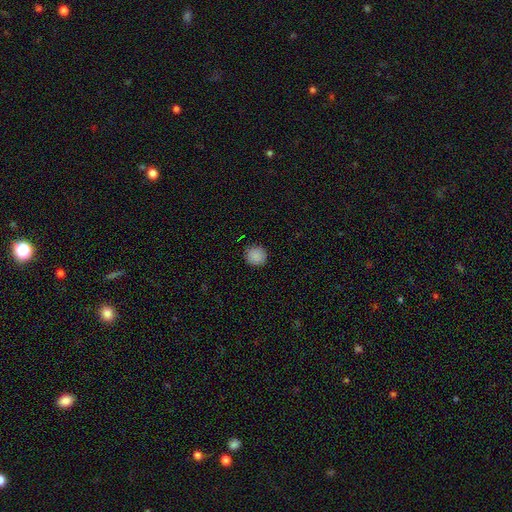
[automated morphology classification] Overall: smooth (86%). How rounded: round (93%). Merging: none (89%).